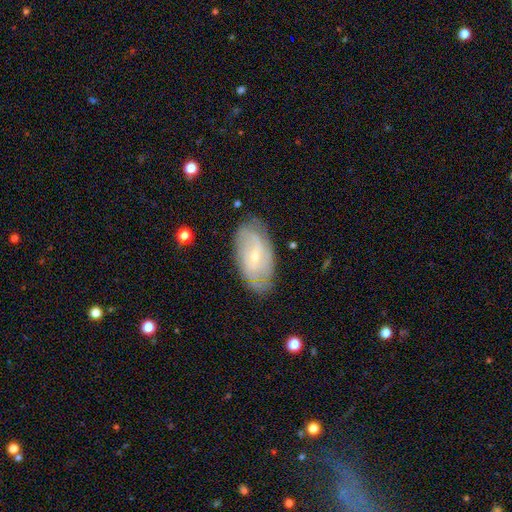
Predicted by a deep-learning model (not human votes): Overall: featured or disk (72%). Edge-on disk: no (94%). Bar: weak (48%; no 39%). Spiral arms: yes (86%). Spiral arm count: can't tell (41%; 2 37%). Spiral winding: tight (50%; medium 35%). Bulge size: small (75%). Merging: none (74%).